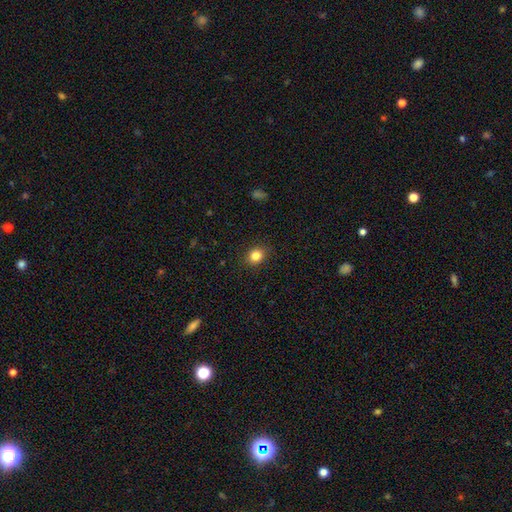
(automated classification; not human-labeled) Morphology: type=smooth (83%); roundness=round (62%); merging=none (89%).